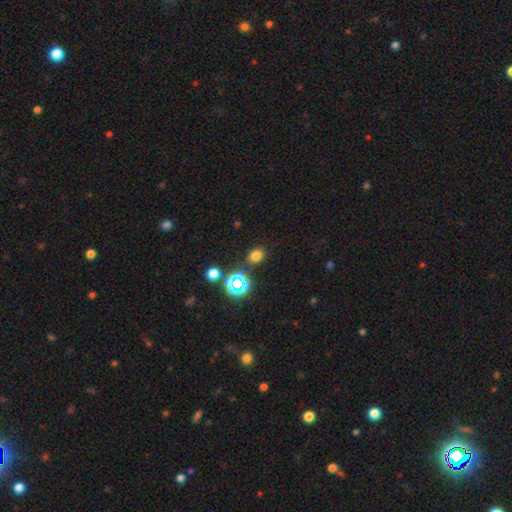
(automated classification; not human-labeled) Q: Smooth or featured?
A: smooth (72%); runner-up: star or artifact (23%)
Q: How rounded?
A: round (50%); runner-up: in between (49%)
Q: Merging?
A: none (84%); runner-up: minor disturbance (9%)